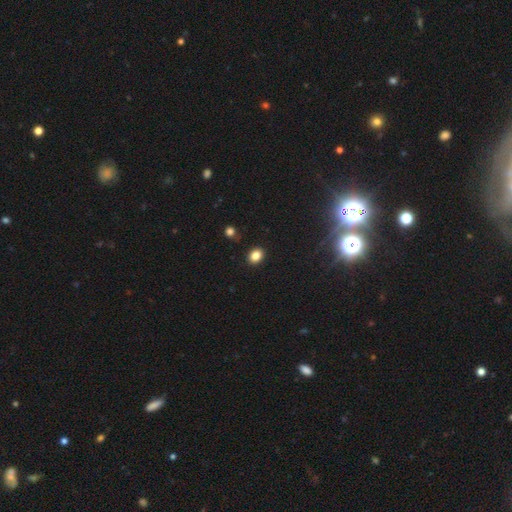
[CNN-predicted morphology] This is clearly a smooth galaxy (84%). How rounded: possibly round (50%). Merging: clearly none (89%).